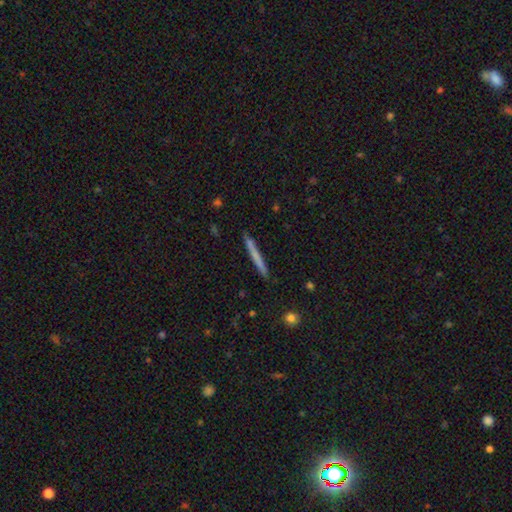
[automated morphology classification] This appears to be a smooth galaxy with no disk features (60%) that is cigar-shaped (97%). Merging: none (90%).